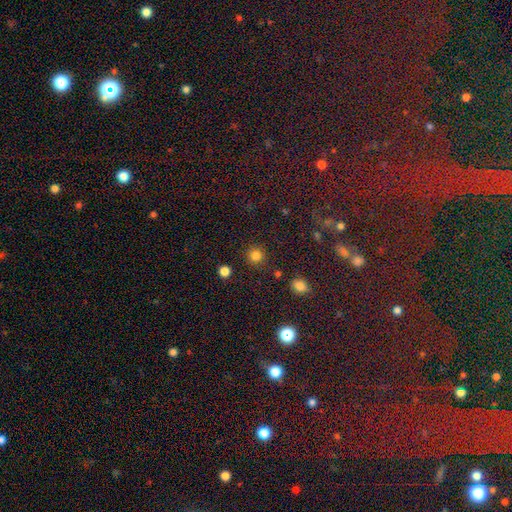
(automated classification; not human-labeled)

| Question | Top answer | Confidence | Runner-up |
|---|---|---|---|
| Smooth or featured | smooth | 82% | star or artifact (14%) |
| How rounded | round | 93% | in between (6%) |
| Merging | none | 89% | minor disturbance (6%) |